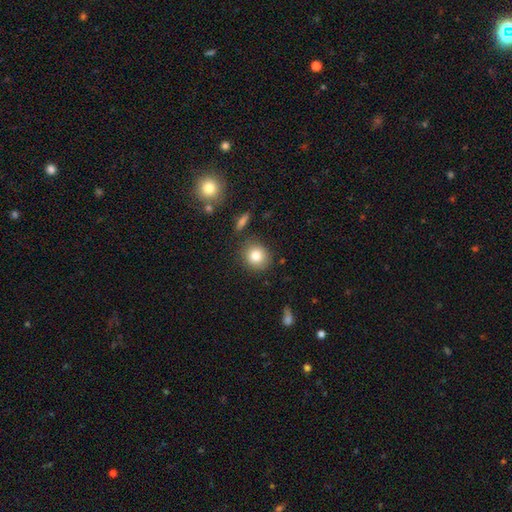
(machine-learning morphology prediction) Smooth or featured: smooth — 83% (star or artifact — 9%)
How rounded: round — 86% (in between — 13%)
Merging: none — 84% (minor disturbance — 10%)